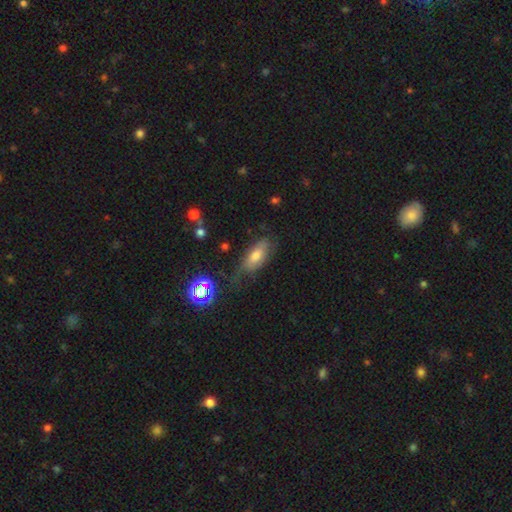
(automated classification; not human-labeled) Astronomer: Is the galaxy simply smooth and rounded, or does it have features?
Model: smooth — 62%.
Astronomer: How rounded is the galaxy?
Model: in between — 81%.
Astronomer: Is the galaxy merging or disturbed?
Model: none — 55%.